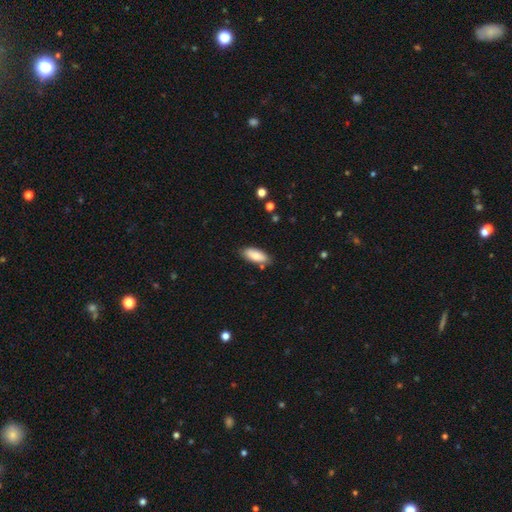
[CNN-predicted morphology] Smooth or featured? Predicted: smooth (p=0.82). How rounded? Predicted: in between (p=0.83). Merging? Predicted: none (p=0.80).